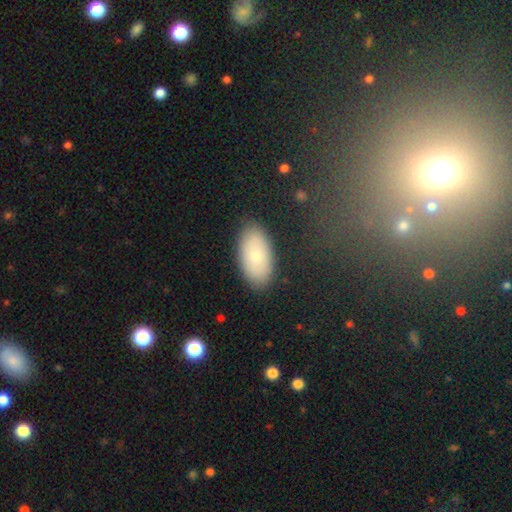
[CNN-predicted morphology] The model was most divided on "smooth or featured": smooth: 74%, featured or disk: 20%, star or artifact: 7%. More confident: how rounded — in between (95%); merging — none (85%).